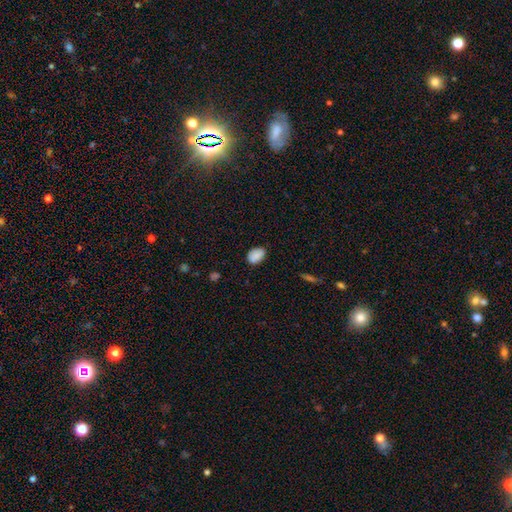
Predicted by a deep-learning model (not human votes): Q: Smooth or featured?
A: smooth (86%); runner-up: star or artifact (8%)
Q: How rounded?
A: in between (85%); runner-up: round (14%)
Q: Merging?
A: none (74%); runner-up: minor disturbance (21%)